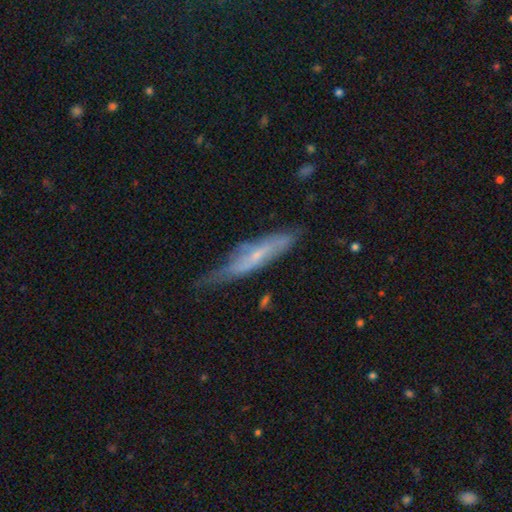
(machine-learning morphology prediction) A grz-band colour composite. It shows a featured or disk galaxy (58%) viewed edge-on (62%). Merging: none (48%).